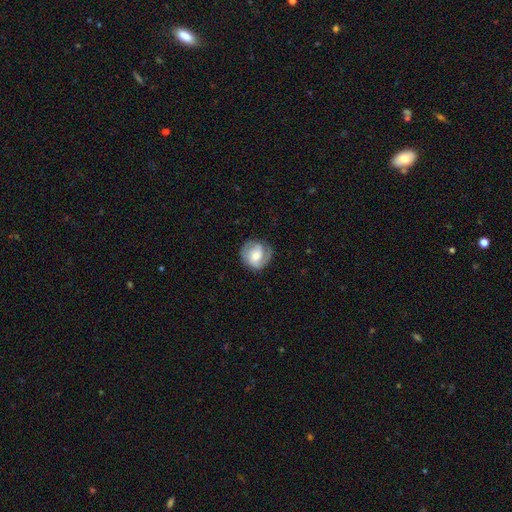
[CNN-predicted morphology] Overall: featured or disk (69%). Edge-on disk: no (97%). Bar: no (45%; weak 41%). Spiral arms: yes (91%). Spiral arm count: 2 (67%). Spiral winding: tight (47%; medium 39%). Bulge size: moderate (59%; small 32%). Merging: none (77%).